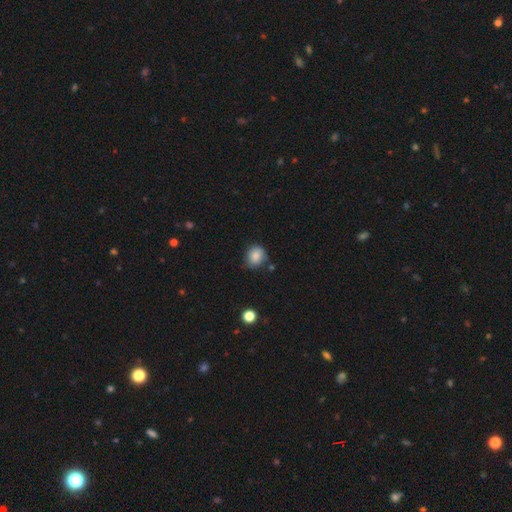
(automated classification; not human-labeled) Smooth or featured?
  - smooth: 84% *
  - star or artifact: 9%
  - featured or disk: 7%
How rounded?
  - round: 71% *
  - in between: 28%
  - cigar-shaped: 1%
Merging?
  - none: 69% *
  - minor disturbance: 23%
  - major disturbance: 4%
  - merger: 3%